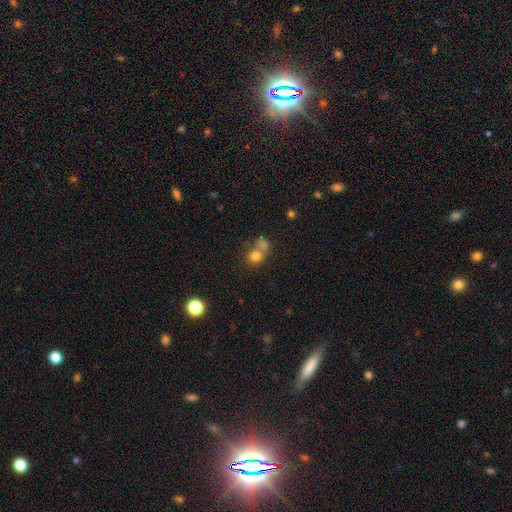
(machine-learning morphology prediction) smooth-or-featured: smooth: 77% | star or artifact: 13% | featured or disk: 10%
  how-rounded: round: 78% | in between: 21% | cigar-shaped: 1%
  merging: merger: 48% | none: 39% | minor disturbance: 8% | major disturbance: 5%